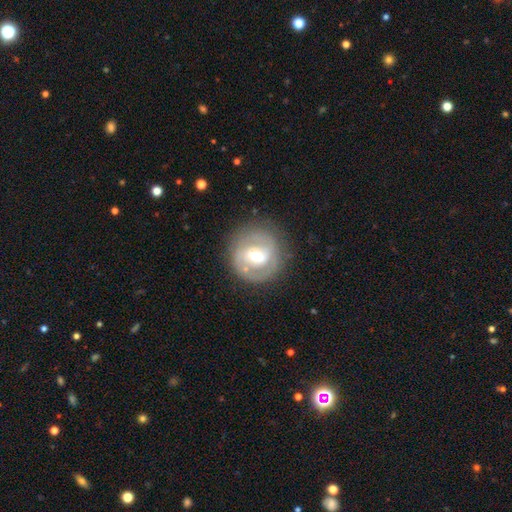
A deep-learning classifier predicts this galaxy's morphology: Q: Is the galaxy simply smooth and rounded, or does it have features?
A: featured or disk — 68%.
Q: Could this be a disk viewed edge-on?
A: no — 97%.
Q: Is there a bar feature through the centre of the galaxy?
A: weak — 46%.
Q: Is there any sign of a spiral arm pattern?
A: yes — 70%.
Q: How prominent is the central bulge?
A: moderate — 71%.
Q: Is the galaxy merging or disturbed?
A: none — 81%.